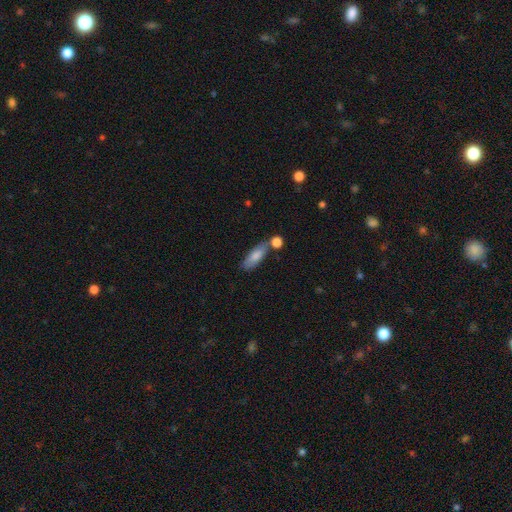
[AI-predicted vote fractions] A smooth galaxy with no disk features (78%) that is in between round and cigar-shaped (60%). Merging: none (59%).